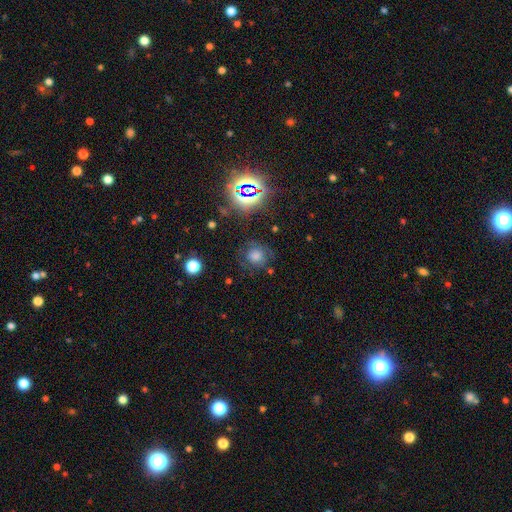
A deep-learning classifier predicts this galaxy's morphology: Smooth or featured? smooth (47%)
Merging? none (73%)